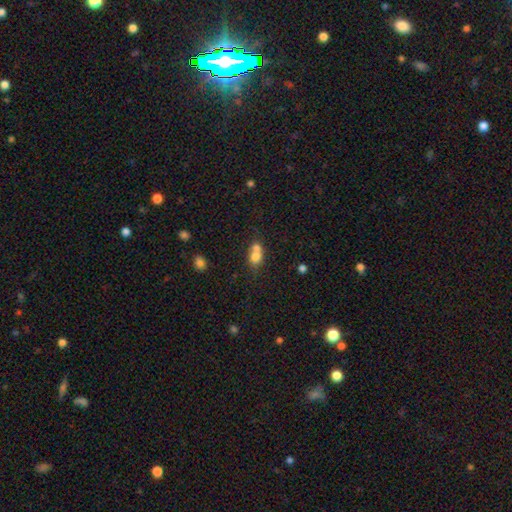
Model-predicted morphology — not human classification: Smooth or featured? Predicted: smooth (p=0.73). How rounded? Predicted: round (p=0.56). Merging? Predicted: merger (p=0.63).